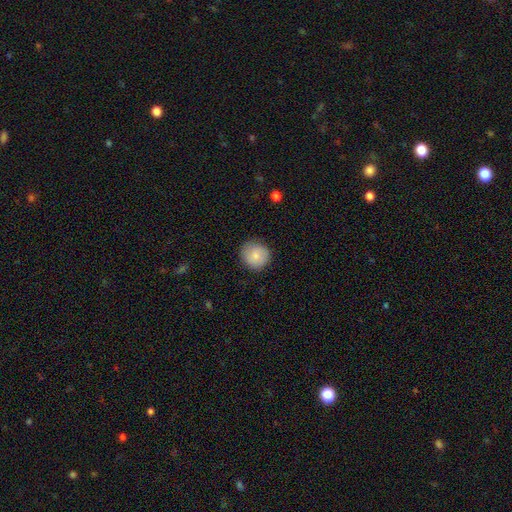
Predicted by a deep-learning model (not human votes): This is clearly a smooth galaxy (82%). How rounded: clearly round (92%). Merging: clearly none (85%).